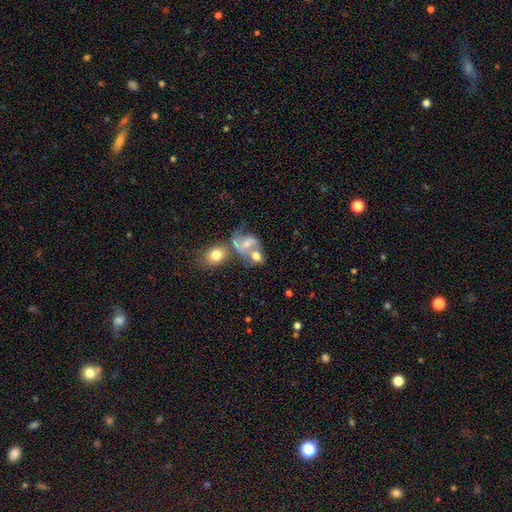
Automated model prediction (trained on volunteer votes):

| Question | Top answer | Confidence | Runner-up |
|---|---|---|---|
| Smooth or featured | featured or disk | 46% | smooth (42%) |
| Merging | merger | 49% | none (26%) |